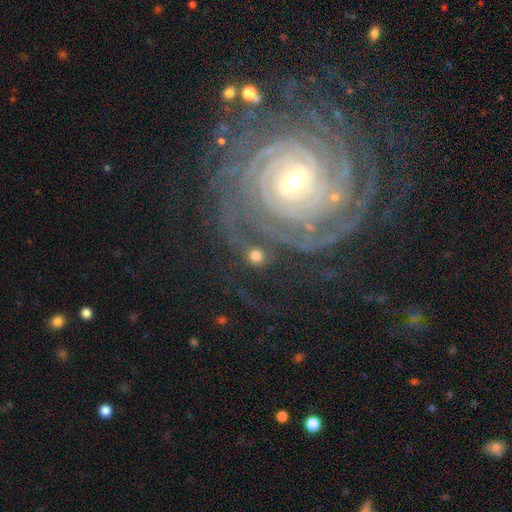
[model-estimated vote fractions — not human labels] Smooth or featured? Predicted: smooth (p=0.52). How rounded? Predicted: round (p=0.87). Merging? Predicted: none (p=0.66).